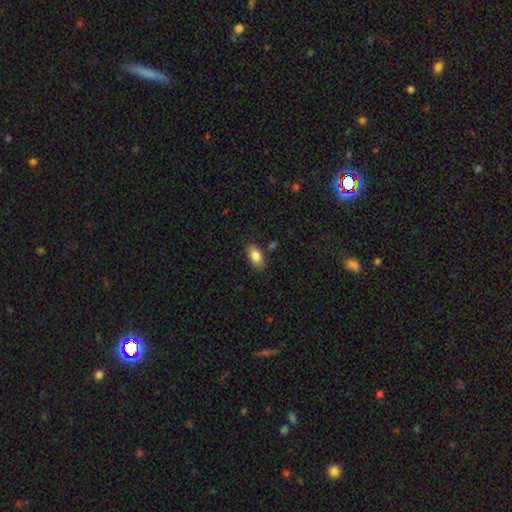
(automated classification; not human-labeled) Overall: smooth (83%). How rounded: in between (91%). Merging: none (83%).